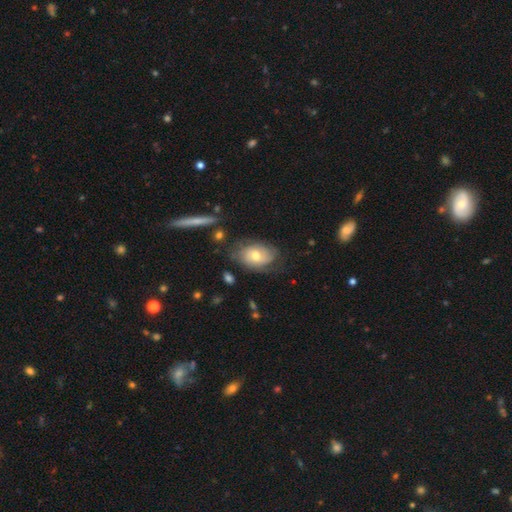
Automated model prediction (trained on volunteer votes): Smooth or featured? featured or disk (53%)
Edge-on disk? no (94%)
Merging? none (62%)